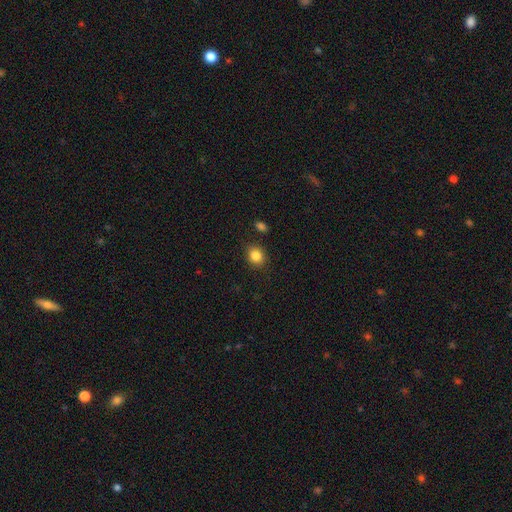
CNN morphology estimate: A smooth galaxy with no disk features (85%) that is round (73%). Merging: none (86%).